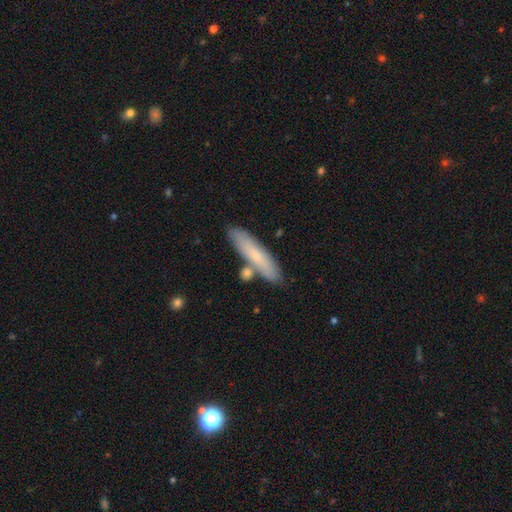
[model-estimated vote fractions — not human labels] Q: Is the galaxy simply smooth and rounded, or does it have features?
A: smooth — 69%.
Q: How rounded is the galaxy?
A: cigar-shaped — 80%.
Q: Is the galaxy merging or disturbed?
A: none — 77%.